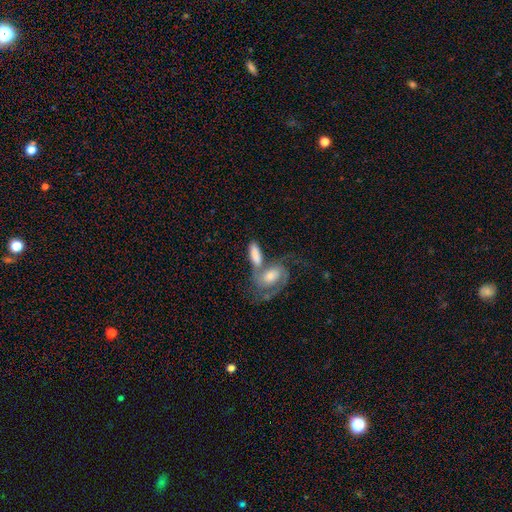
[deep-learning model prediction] smooth-or-featured: smooth: 56% | featured or disk: 37% | star or artifact: 6%
  how-rounded: in between: 80% | cigar-shaped: 15% | round: 5%
  merging: merger: 52% | none: 27% | minor disturbance: 12% | major disturbance: 9%